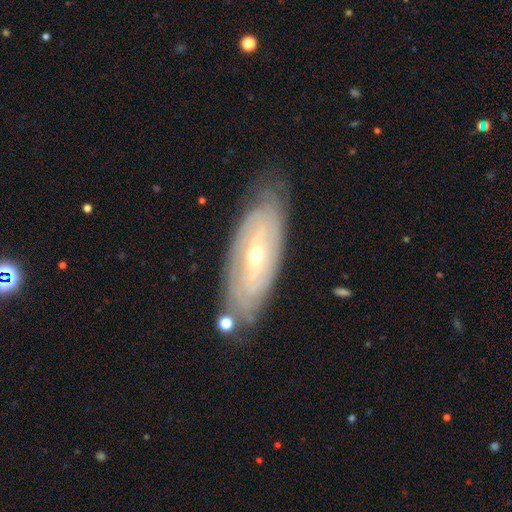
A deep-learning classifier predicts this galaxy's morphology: The model was most divided on "bulge size": moderate: 49%, small: 48%, large: 2%, dominant: 1%, none: 1%. More confident: edge-on disk — no (85%); spiral arms — yes (79%); merging — none (79%); smooth or featured — featured or disk (78%); spiral winding — tight (77%); spiral arm count — can't tell (61%); bar — no (54%).